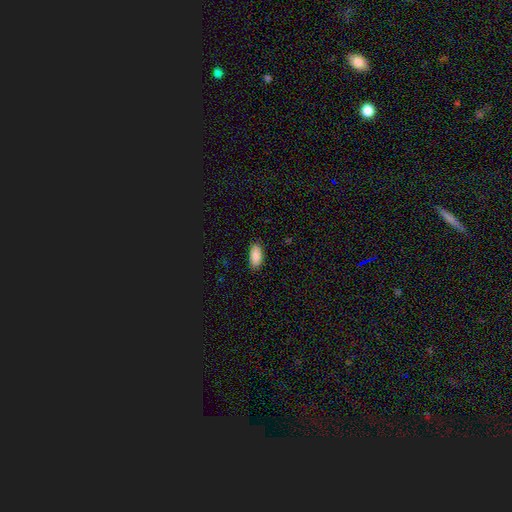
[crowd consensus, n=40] Volunteers were most divided on "smooth or featured": smooth: 92%, star or artifact: 8%, featured or disk: 0%. More confident: how rounded — in between (97%); merging — none (95%).